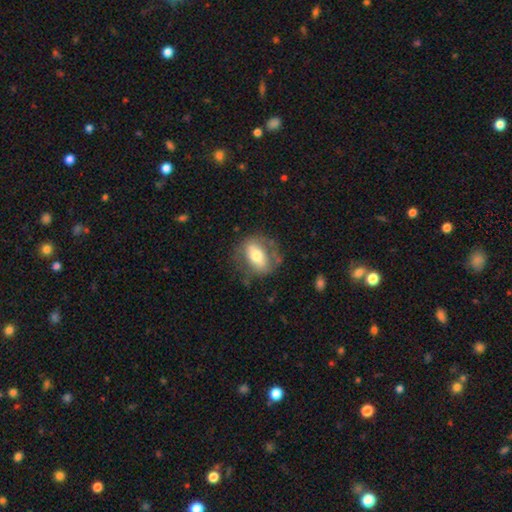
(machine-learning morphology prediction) Smooth or featured?
  - smooth: 51% *
  - featured or disk: 43%
  - star or artifact: 6%
How rounded?
  - in between: 73% *
  - round: 20%
  - cigar-shaped: 7%
Merging?
  - none: 65% *
  - minor disturbance: 20%
  - major disturbance: 12%
  - merger: 2%